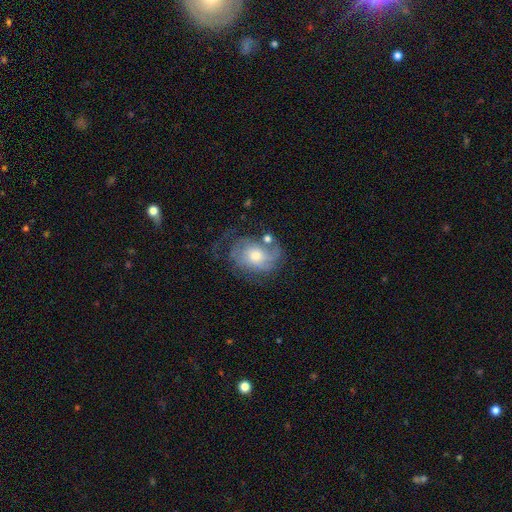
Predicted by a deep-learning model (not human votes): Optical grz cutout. It shows a featured or disk galaxy (65%) with no bar (74%), 2 (36%) medium (38%) spiral arms (81%) and a moderate central bulge (64%). Merging: none (43%).